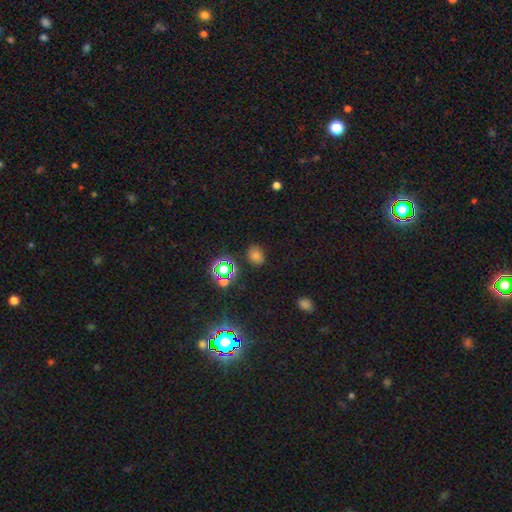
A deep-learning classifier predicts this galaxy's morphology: smooth 57%, star or artifact 36%, featured or disk 7%. Down the decision tree: how rounded — round (59%); merging — none (85%).